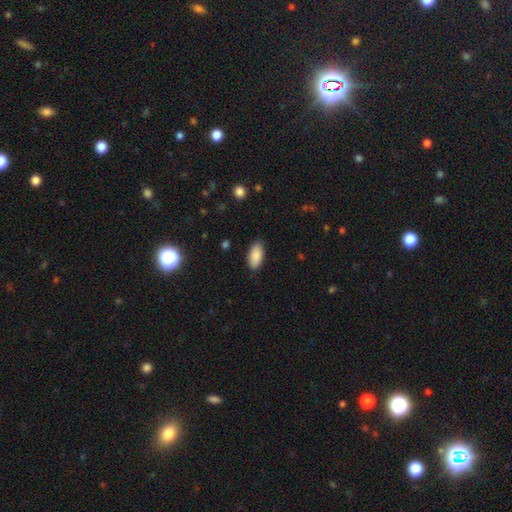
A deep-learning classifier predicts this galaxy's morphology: smooth_or_featured: smooth (p=0.88) [alt: star or artifact p=0.07]
how_rounded: in between (p=0.92) [alt: cigar-shaped p=0.05]
merging: none (p=0.86) [alt: minor disturbance p=0.11]